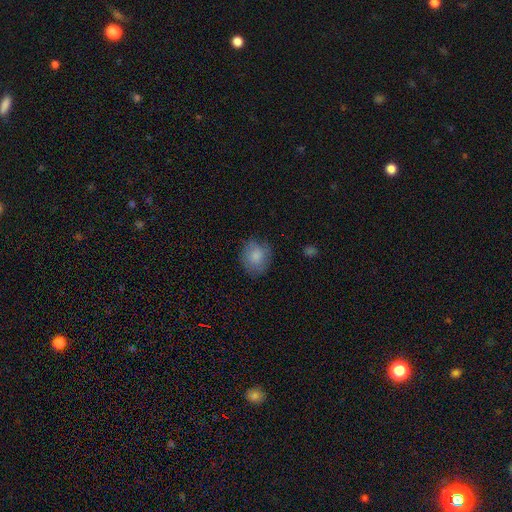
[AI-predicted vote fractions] Morphology: type=smooth (80%); roundness=round (70%); merging=none (72%).